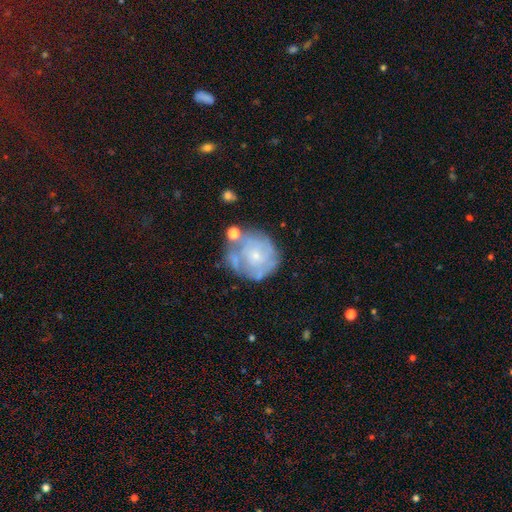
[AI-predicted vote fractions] Morphology: type=featured or disk (60%); edge-on=no (98%); bar=no (83%); spiral arms=yes (56%); bulge=small (75%); merging=none (49%).